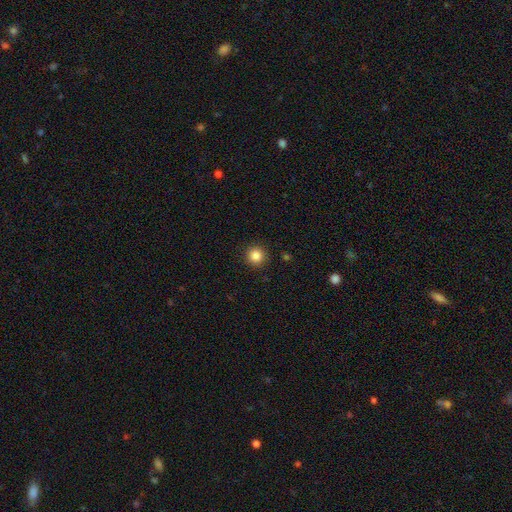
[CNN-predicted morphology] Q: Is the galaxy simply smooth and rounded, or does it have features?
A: smooth — 85%.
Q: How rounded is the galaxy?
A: round — 95%.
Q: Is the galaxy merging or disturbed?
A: none — 92%.